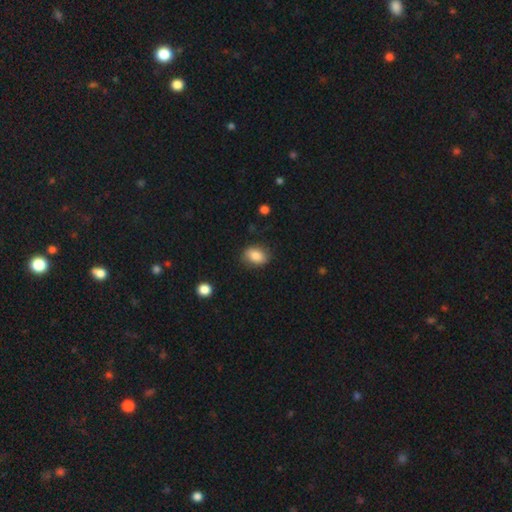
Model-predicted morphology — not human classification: smooth 85%, star or artifact 8%, featured or disk 7%. Down the decision tree: how rounded — in between (77%); merging — none (82%).